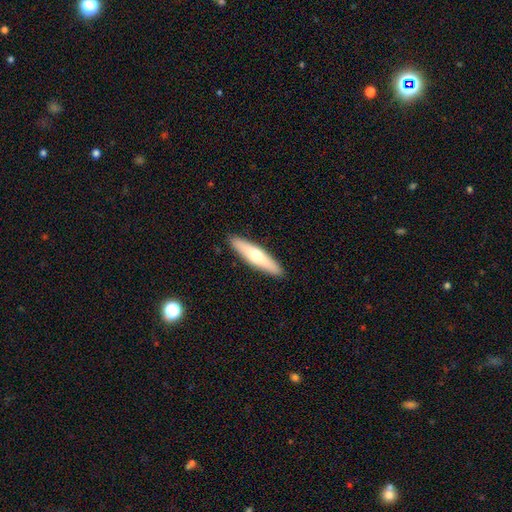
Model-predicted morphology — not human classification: Smooth or featured?
  - smooth: 56% *
  - featured or disk: 38%
  - star or artifact: 5%
How rounded?
  - cigar-shaped: 81% *
  - in between: 18%
  - round: 2%
Merging?
  - none: 91% *
  - minor disturbance: 7%
  - major disturbance: 1%
  - merger: 1%